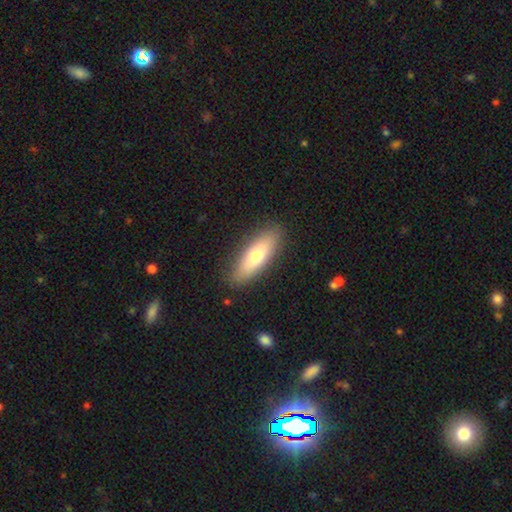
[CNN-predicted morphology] Smooth or featured? smooth (67%)
How rounded? in between (53%)
Merging? none (87%)